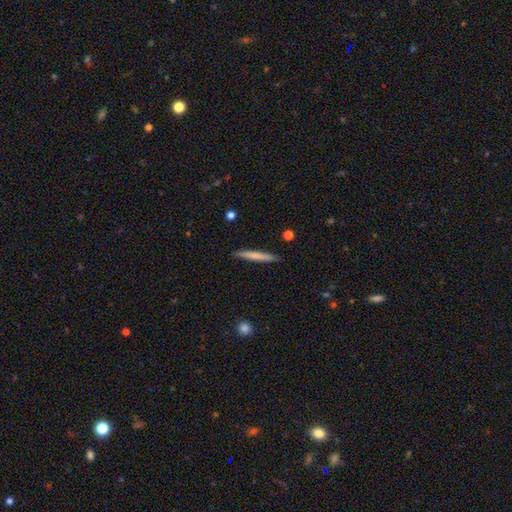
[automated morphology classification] Smooth or featured?
  - smooth: 65% *
  - featured or disk: 29%
  - star or artifact: 5%
How rounded?
  - cigar-shaped: 96% *
  - in between: 3%
  - round: 1%
Merging?
  - none: 90% *
  - minor disturbance: 7%
  - major disturbance: 1%
  - merger: 1%